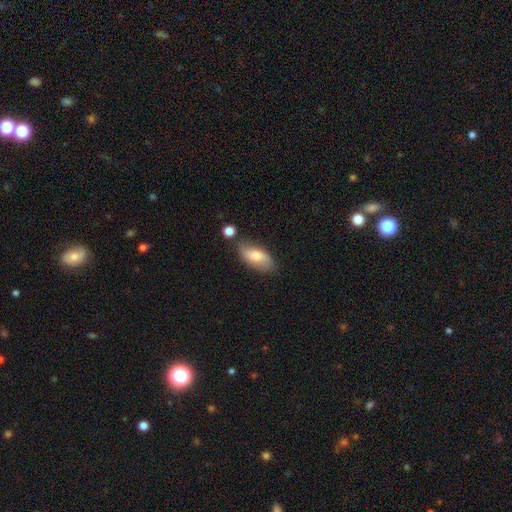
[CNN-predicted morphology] smooth_or_featured: smooth (p=0.63) [alt: featured or disk p=0.30]
how_rounded: in between (p=0.88) [alt: cigar-shaped p=0.08]
merging: none (p=0.70) [alt: minor disturbance p=0.19]